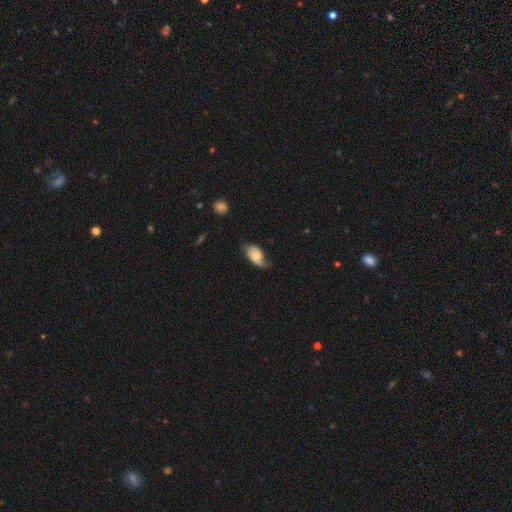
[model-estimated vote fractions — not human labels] smooth-or-featured: featured or disk: 47% | smooth: 46% | star or artifact: 7%
  merging: none: 40% | minor disturbance: 38% | major disturbance: 20% | merger: 2%